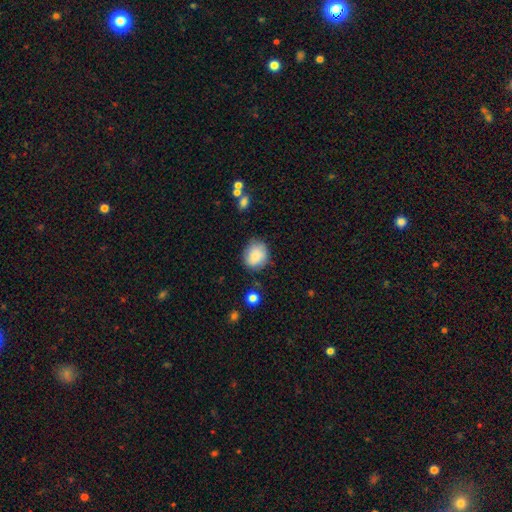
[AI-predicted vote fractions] Overall: smooth (79%). How rounded: round (66%; in between 33%). Merging: none (73%).